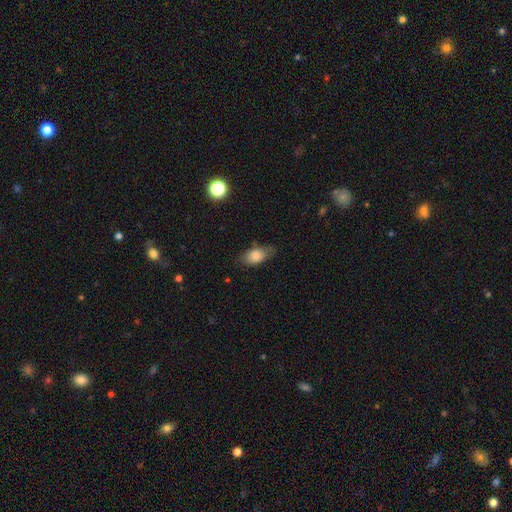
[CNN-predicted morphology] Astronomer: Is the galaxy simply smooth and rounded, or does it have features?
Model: smooth — 80%.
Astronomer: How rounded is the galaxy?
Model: in between — 85%.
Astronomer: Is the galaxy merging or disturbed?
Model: none — 65%.